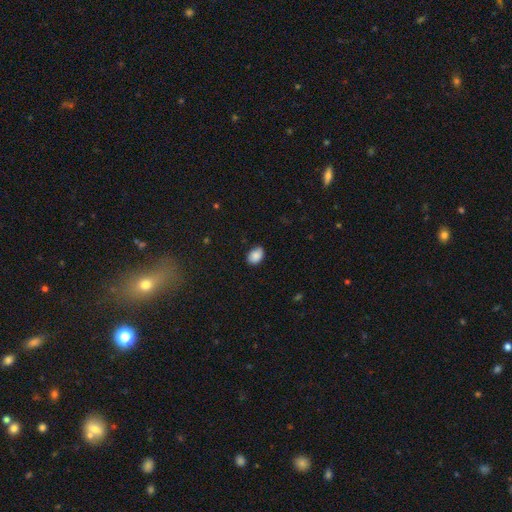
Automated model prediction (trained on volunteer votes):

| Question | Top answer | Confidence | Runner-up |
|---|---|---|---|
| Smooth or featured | smooth | 87% | star or artifact (8%) |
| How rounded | in between | 81% | round (18%) |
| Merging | none | 79% | minor disturbance (17%) |